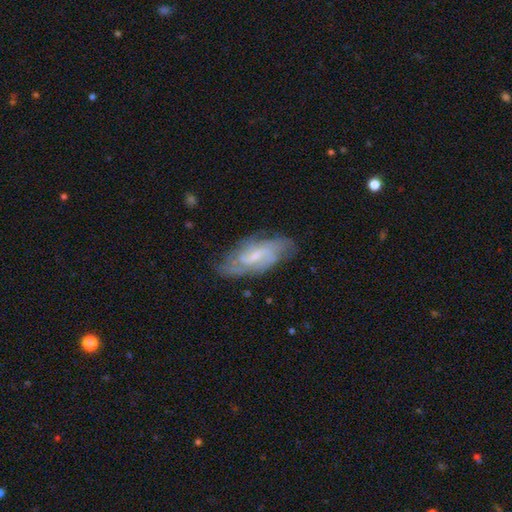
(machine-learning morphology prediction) A featured or disk galaxy (73%) with a weak bar (55%), 2 (38%) medium (42%) spiral arms (89%) and a small central bulge (51%). Merging: none (72%).